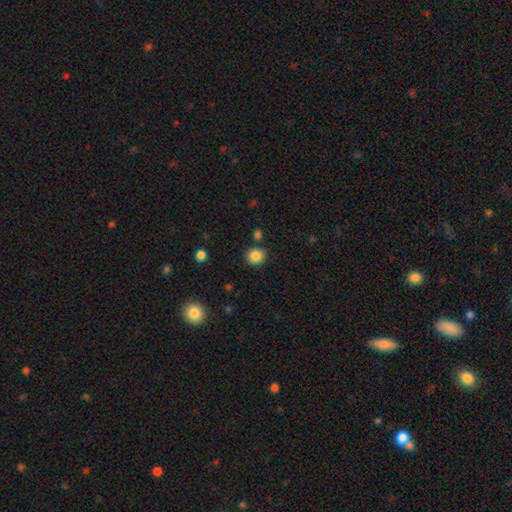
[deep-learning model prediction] smooth 86%, star or artifact 10%, featured or disk 4%. Down the decision tree: how rounded — round (87%); merging — none (85%).